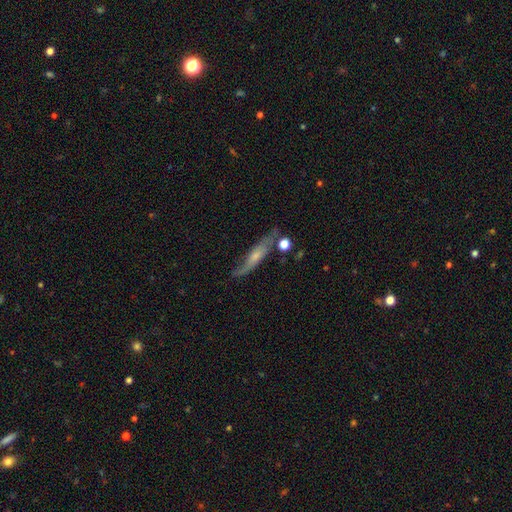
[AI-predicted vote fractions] This is likely a featured or disk galaxy (62%). It is possibly viewed edge-on (51%). Merging: possibly none (57%).